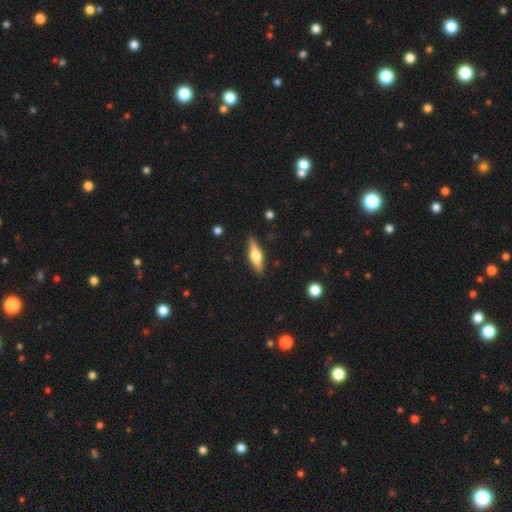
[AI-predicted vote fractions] Smooth or featured? Predicted: featured or disk (p=0.51). Edge-on disk? Predicted: yes (p=0.93). Merging? Predicted: none (p=0.88).